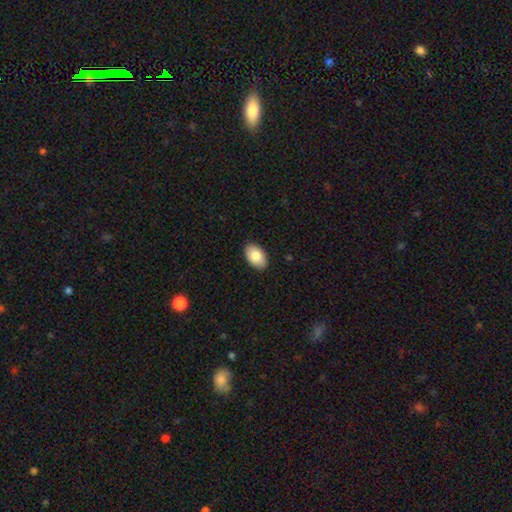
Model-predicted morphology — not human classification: This is clearly a smooth galaxy (82%). How rounded: clearly in between (92%). Merging: clearly none (90%).